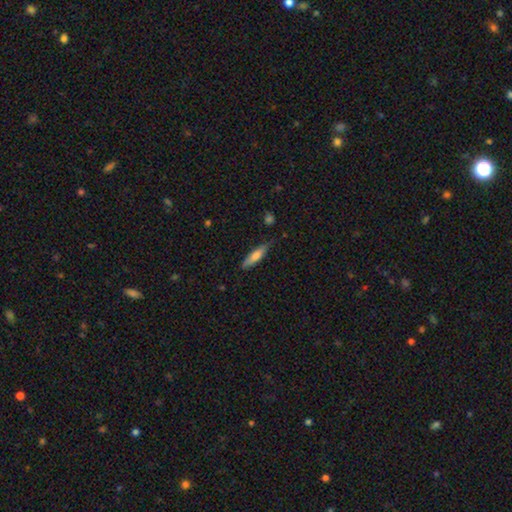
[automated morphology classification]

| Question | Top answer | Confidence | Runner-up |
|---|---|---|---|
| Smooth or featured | smooth | 66% | featured or disk (28%) |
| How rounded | cigar-shaped | 76% | in between (22%) |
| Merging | none | 77% | minor disturbance (18%) |